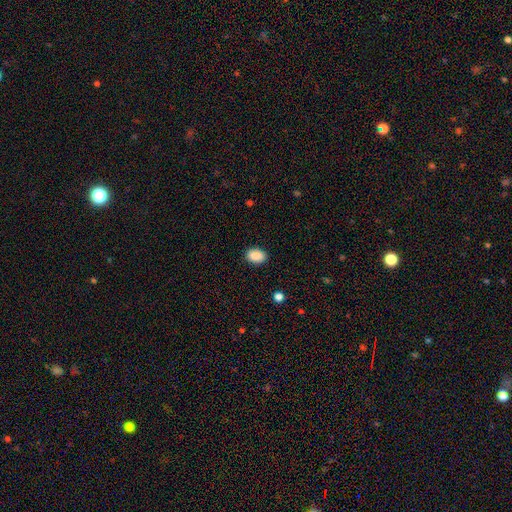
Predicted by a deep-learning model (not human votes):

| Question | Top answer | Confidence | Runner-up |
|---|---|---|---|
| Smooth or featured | smooth | 89% | star or artifact (8%) |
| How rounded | in between | 84% | round (15%) |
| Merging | none | 88% | minor disturbance (9%) |